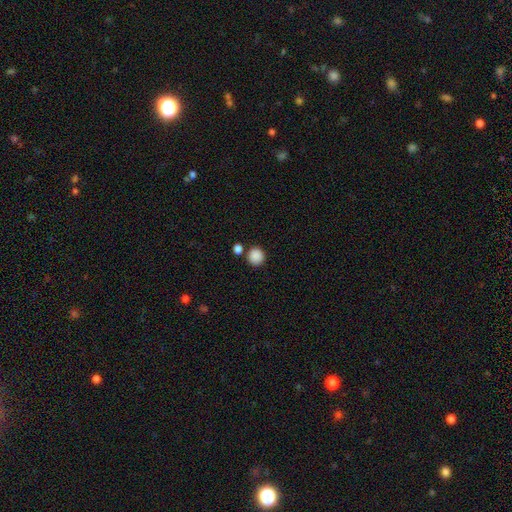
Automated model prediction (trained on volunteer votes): Smooth or featured: smooth — 88% (star or artifact — 9%)
How rounded: round — 91% (in between — 8%)
Merging: none — 80% (merger — 10%)